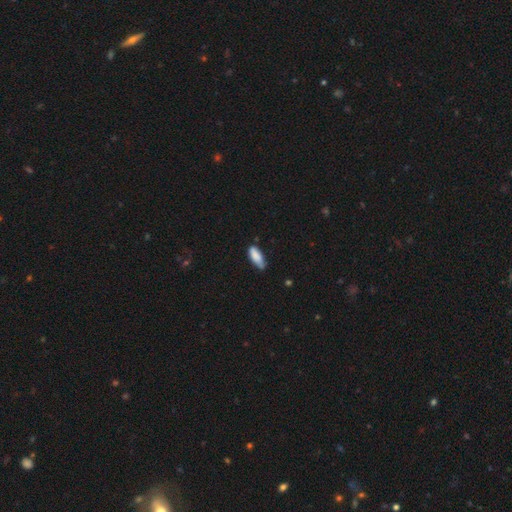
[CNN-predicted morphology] smooth_or_featured: smooth (p=0.83) [alt: featured or disk p=0.10]
how_rounded: in between (p=0.74) [alt: cigar-shaped p=0.24]
merging: none (p=0.60) [alt: minor disturbance p=0.33]